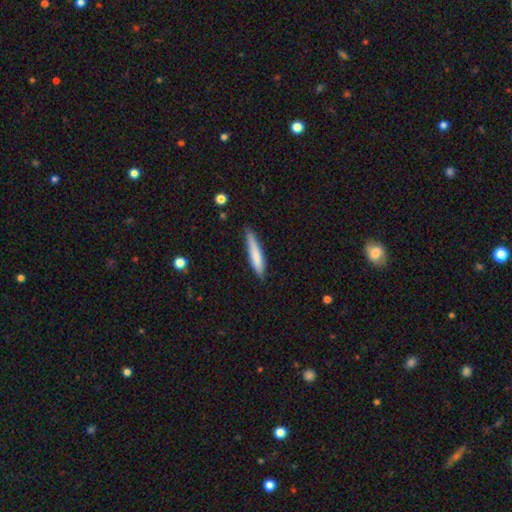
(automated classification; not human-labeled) smooth-or-featured: smooth: 75% | featured or disk: 19% | star or artifact: 6%
  how-rounded: cigar-shaped: 88% | in between: 10% | round: 1%
  merging: none: 80% | minor disturbance: 16% | major disturbance: 3% | merger: 2%